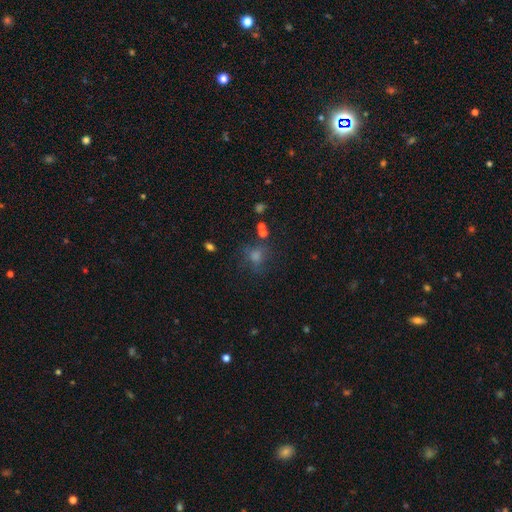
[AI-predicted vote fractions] This appears to be a smooth galaxy with no disk features (51%) that is round (77%). Merging: none (69%).